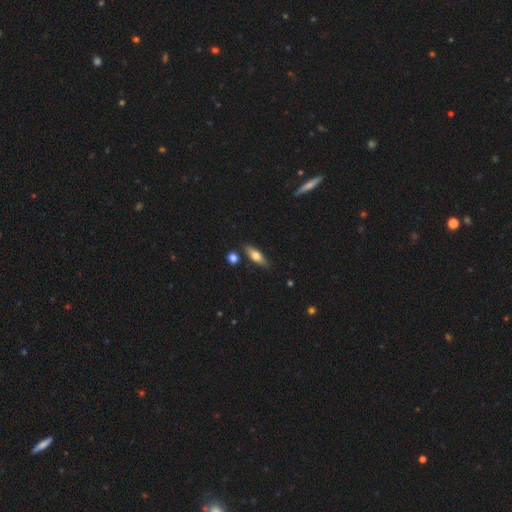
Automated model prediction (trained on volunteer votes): Overall: smooth (61%; featured or disk 32%). How rounded: in between (53%; cigar-shaped 44%). Merging: none (82%).